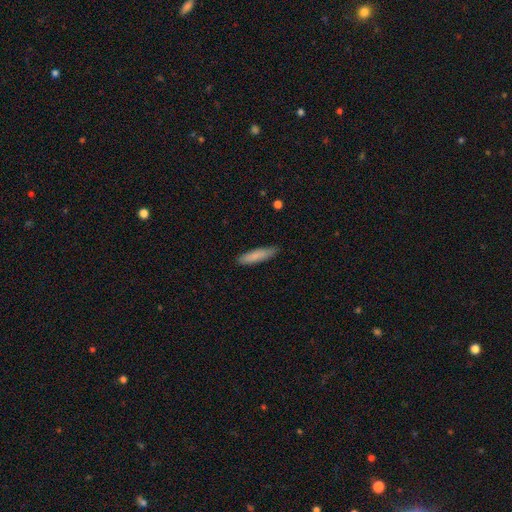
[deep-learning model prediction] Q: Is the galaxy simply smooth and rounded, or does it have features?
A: smooth — 83%.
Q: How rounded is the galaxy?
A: cigar-shaped — 78%.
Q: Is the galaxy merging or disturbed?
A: none — 85%.